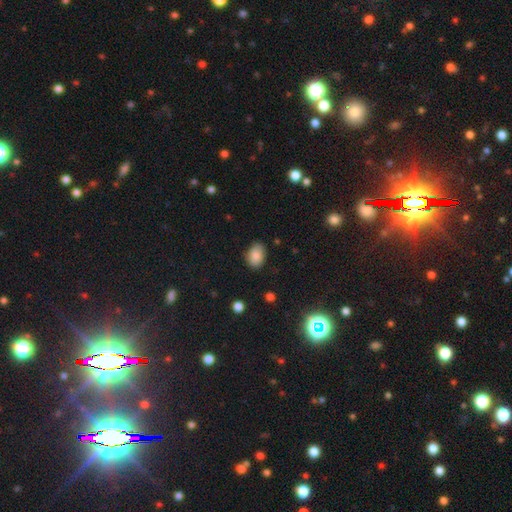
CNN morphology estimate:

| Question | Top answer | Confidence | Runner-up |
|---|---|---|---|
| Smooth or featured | smooth | 87% | star or artifact (8%) |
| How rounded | in between | 80% | round (19%) |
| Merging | none | 81% | minor disturbance (15%) |